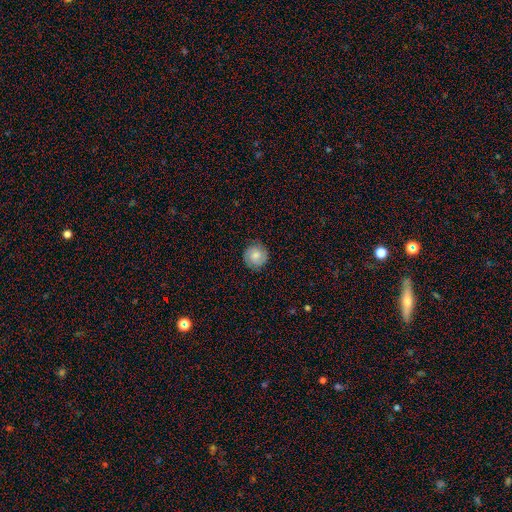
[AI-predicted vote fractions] smooth-or-featured: smooth: 59% | featured or disk: 33% | star or artifact: 8%
  how-rounded: round: 92% | in between: 7% | cigar-shaped: 1%
  merging: none: 86% | minor disturbance: 10% | major disturbance: 3% | merger: 1%